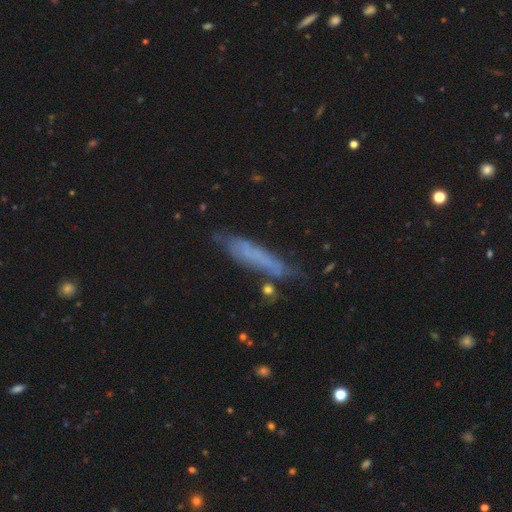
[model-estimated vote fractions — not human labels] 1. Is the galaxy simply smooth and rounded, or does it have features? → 53% smooth, 35% featured or disk, 12% star or artifact.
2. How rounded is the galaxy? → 87% cigar-shaped, 11% in between, 2% round.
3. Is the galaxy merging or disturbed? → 68% none, 22% minor disturbance, 7% major disturbance, 4% merger.